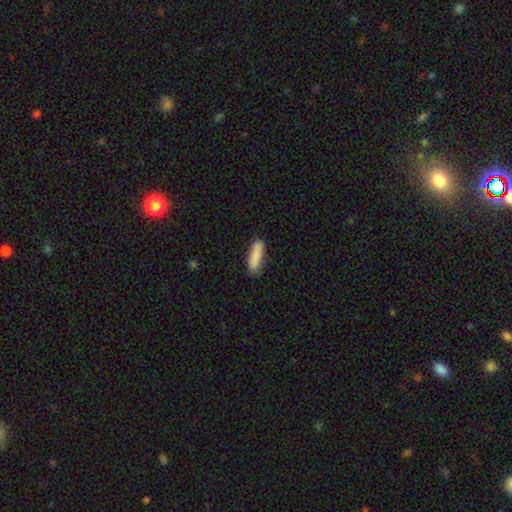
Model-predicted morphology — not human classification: type=smooth (87%); roundness=cigar-shaped (60%); merging=none (81%).